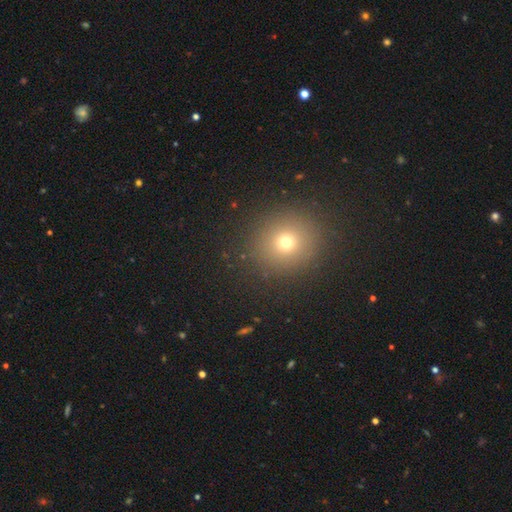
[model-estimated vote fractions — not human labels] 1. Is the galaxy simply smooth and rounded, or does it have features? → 61% smooth, 32% star or artifact, 7% featured or disk.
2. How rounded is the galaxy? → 85% round, 14% in between, 1% cigar-shaped.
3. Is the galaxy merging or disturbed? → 92% none, 5% minor disturbance, 2% major disturbance, 1% merger.